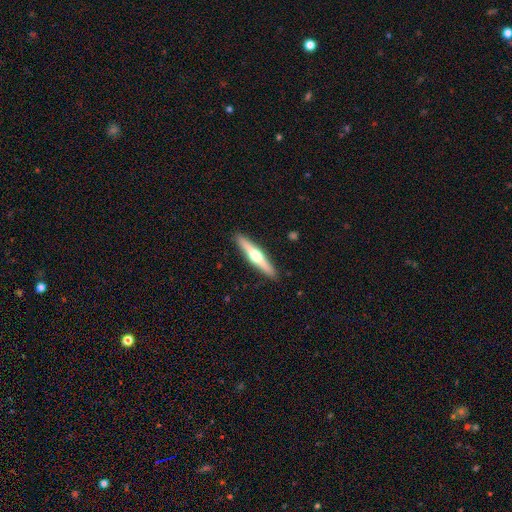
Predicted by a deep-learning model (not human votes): A featured or disk galaxy (65%) viewed edge-on (97%) with a rounded central bulge (94%). Merging: none (91%).